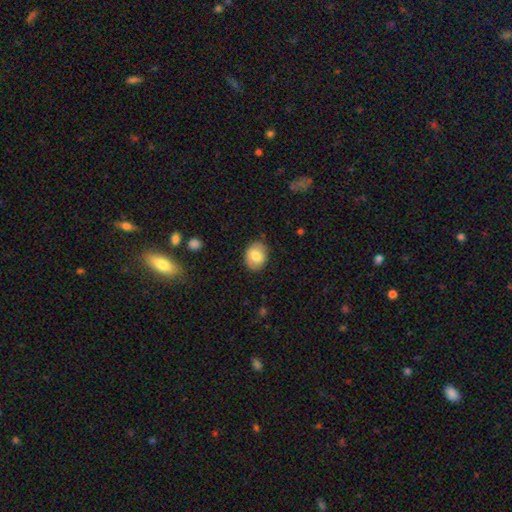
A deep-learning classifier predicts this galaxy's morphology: smooth 75%, featured or disk 18%, star or artifact 8%. Down the decision tree: how rounded — in between (51%); merging — none (81%).